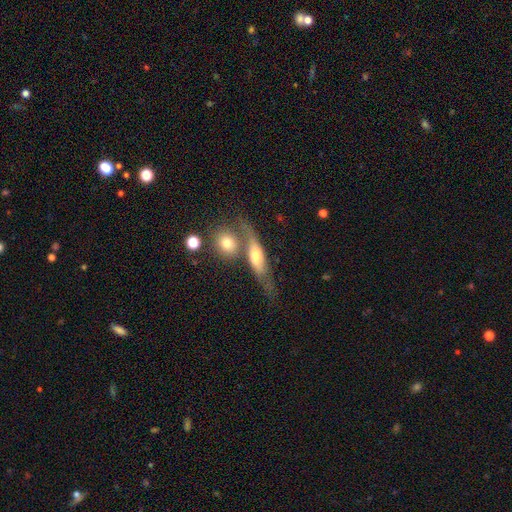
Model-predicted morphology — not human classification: type=featured or disk (47%); merging=none (43%).